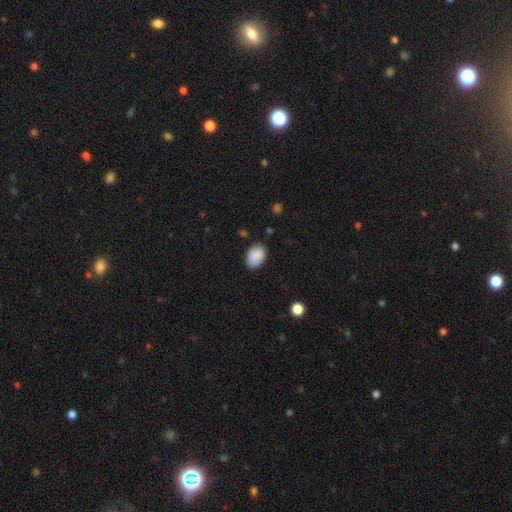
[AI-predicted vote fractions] Smooth or featured? smooth (89%)
How rounded? in between (84%)
Merging? none (78%)